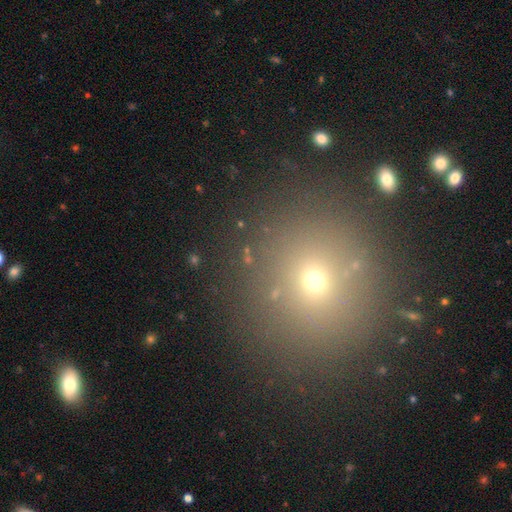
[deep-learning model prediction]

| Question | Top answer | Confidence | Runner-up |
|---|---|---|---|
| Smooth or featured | smooth | 61% | star or artifact (29%) |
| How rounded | round | 89% | in between (10%) |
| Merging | none | 86% | minor disturbance (7%) |